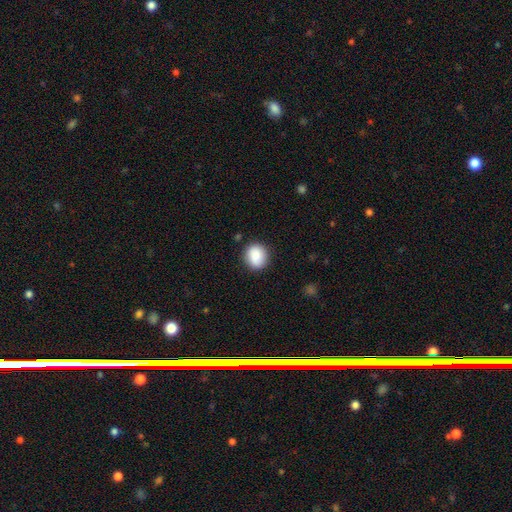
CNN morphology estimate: The model was most divided on "how rounded": round: 72%, in between: 27%, cigar-shaped: 1%. More confident: smooth or featured — smooth (87%); merging — none (86%).